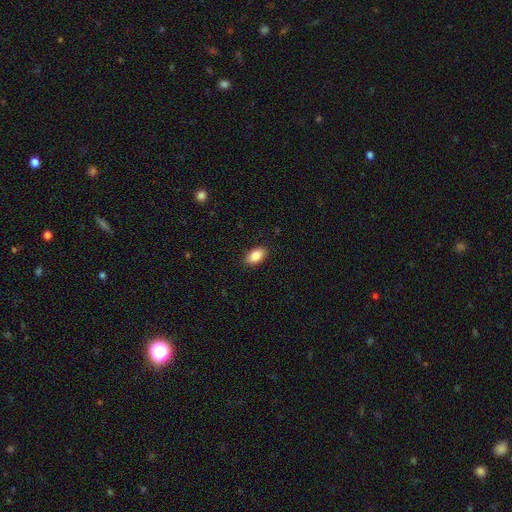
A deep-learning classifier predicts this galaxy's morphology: Overall: smooth (86%). How rounded: in between (92%). Merging: none (89%).